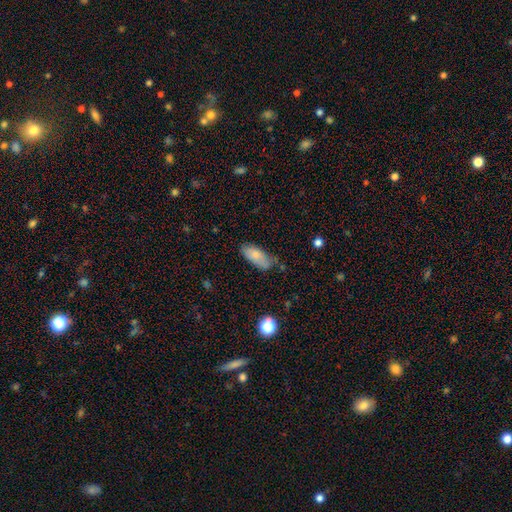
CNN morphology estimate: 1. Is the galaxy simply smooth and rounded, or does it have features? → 79% smooth, 13% featured or disk, 7% star or artifact.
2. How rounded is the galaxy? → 84% in between, 14% cigar-shaped, 2% round.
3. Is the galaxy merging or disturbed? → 61% none, 29% minor disturbance, 7% major disturbance, 4% merger.